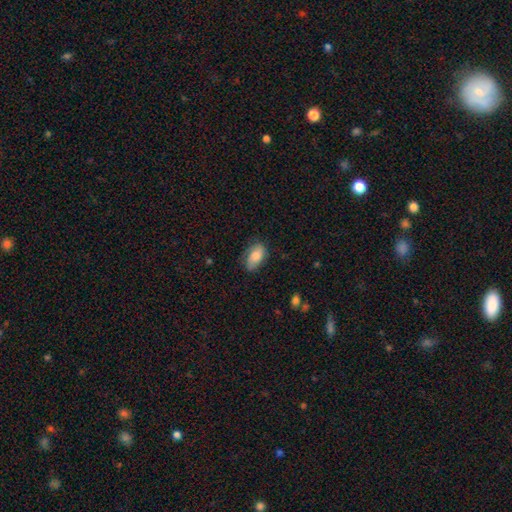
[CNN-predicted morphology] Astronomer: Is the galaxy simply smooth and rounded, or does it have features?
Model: smooth — 78%.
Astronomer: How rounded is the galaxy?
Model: in between — 92%.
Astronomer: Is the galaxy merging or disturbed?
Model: none — 65%.